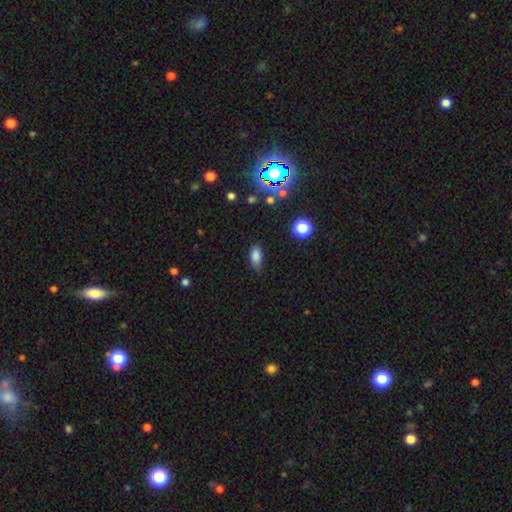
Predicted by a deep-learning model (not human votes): Smooth or featured?
  - smooth: 81% *
  - star or artifact: 13%
  - featured or disk: 7%
How rounded?
  - in between: 88% *
  - round: 7%
  - cigar-shaped: 5%
Merging?
  - none: 72% *
  - minor disturbance: 22%
  - major disturbance: 4%
  - merger: 2%